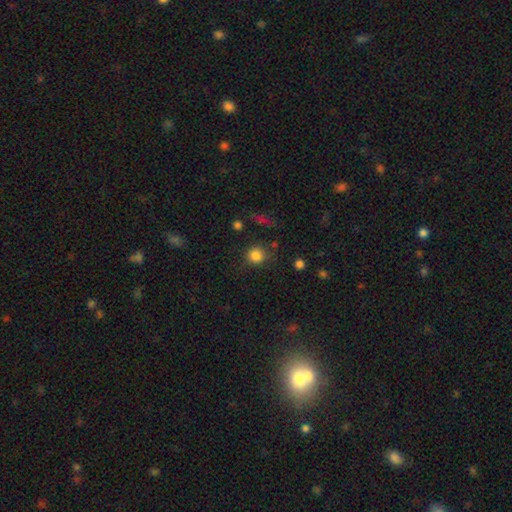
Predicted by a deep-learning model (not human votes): Morphology: type=smooth (83%); roundness=round (88%); merging=none (74%).